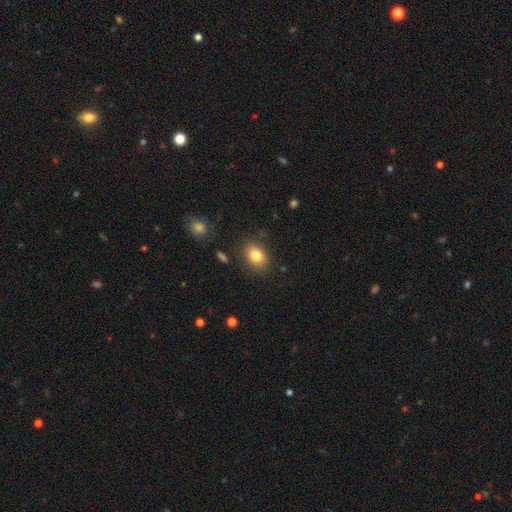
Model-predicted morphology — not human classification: smooth_or_featured: smooth (p=0.81) [alt: star or artifact p=0.10]
how_rounded: in between (p=0.66) [alt: round p=0.33]
merging: none (p=0.84) [alt: minor disturbance p=0.11]